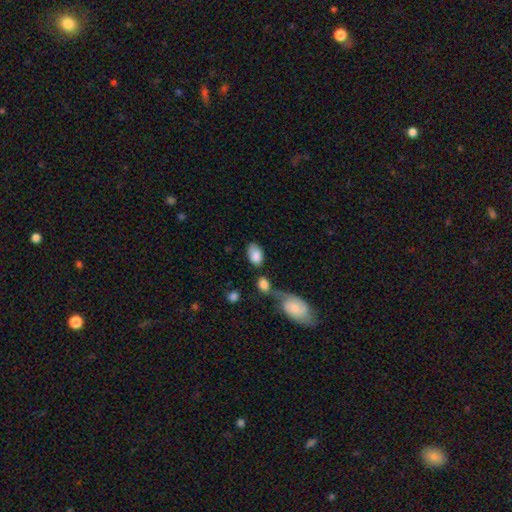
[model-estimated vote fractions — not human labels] Smooth or featured? Predicted: smooth (p=0.84). How rounded? Predicted: in between (p=0.91). Merging? Predicted: none (p=0.50).